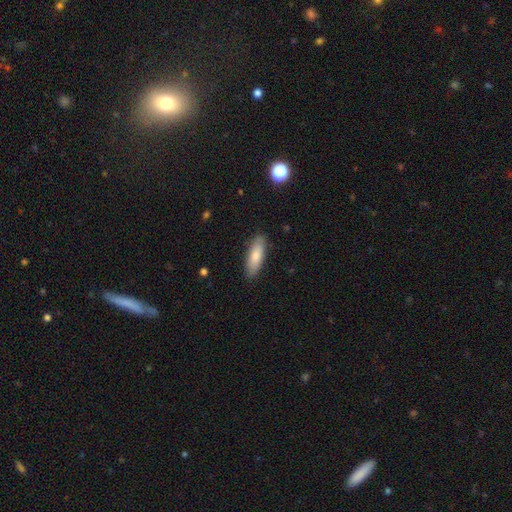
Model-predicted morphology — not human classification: This appears to be a smooth galaxy with no disk features (77%) that is in between round and cigar-shaped (56%). Merging: none (88%).